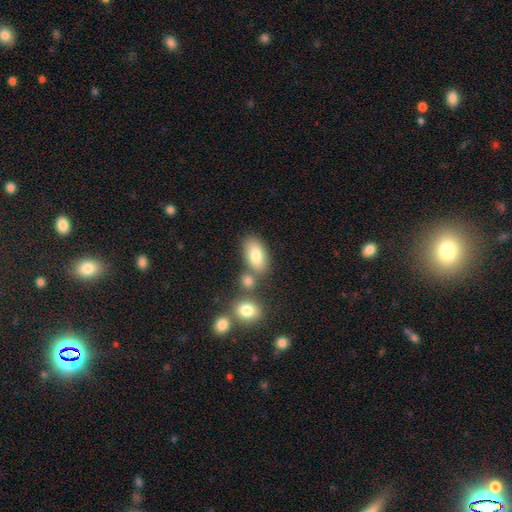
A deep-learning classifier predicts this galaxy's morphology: Smooth or featured?
  - smooth: 79% *
  - featured or disk: 12%
  - star or artifact: 8%
How rounded?
  - in between: 88% *
  - round: 8%
  - cigar-shaped: 4%
Merging?
  - none: 62% *
  - merger: 21%
  - minor disturbance: 12%
  - major disturbance: 4%